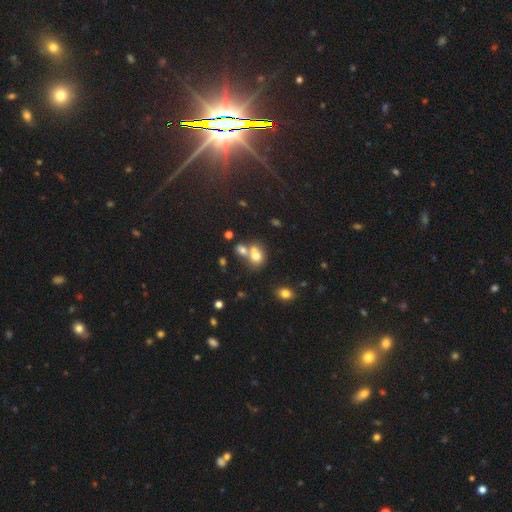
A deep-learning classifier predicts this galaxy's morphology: A smooth galaxy with no disk features (69%) that is round (57%).

Vote fractions:
- Smooth or featured? smooth: 69% / featured or disk: 17% / star or artifact: 14%
- How rounded? round: 57% / in between: 42% / cigar-shaped: 1%
- Merging? merger: 55% / none: 32% / minor disturbance: 9% / major disturbance: 5%